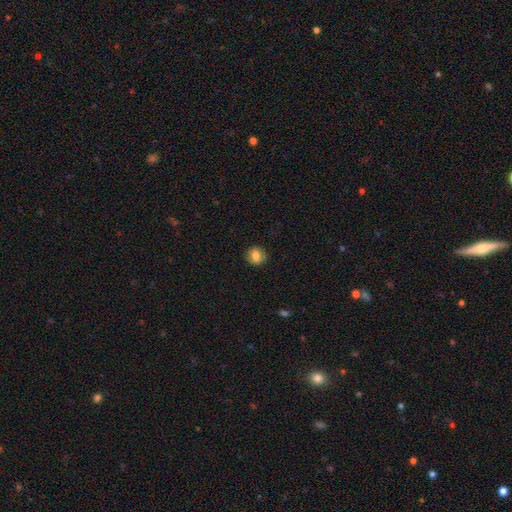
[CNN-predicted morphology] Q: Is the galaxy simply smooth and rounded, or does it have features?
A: smooth — 78%.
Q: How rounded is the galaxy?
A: round — 66%.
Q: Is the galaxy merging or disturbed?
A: none — 86%.